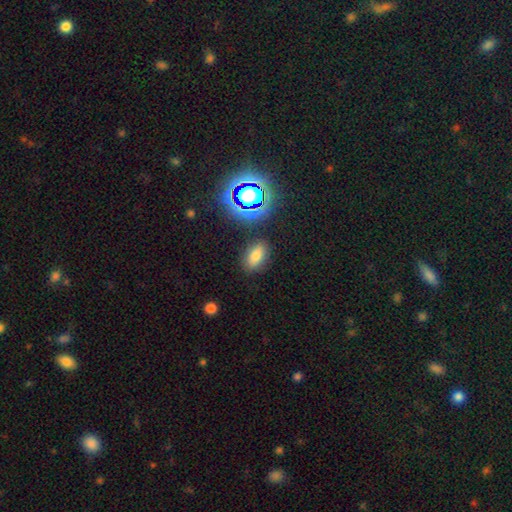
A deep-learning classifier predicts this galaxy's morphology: Smooth or featured? smooth (72%)
How rounded? in between (87%)
Merging? none (85%)